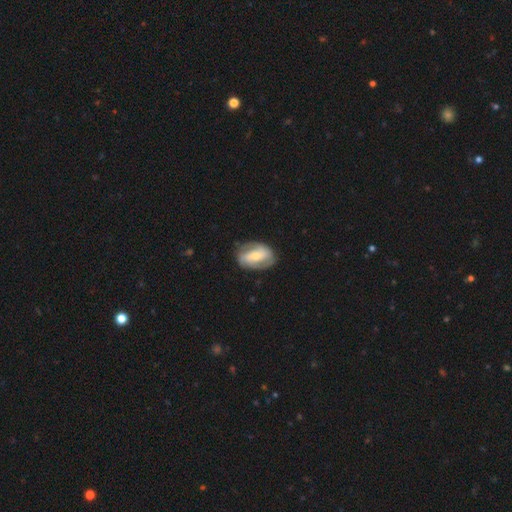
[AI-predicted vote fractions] Morphology: type=featured or disk (65%); edge-on=no (95%); bar=strong (38%); spiral arms=yes (73%); bulge=moderate (54%); merging=none (75%).